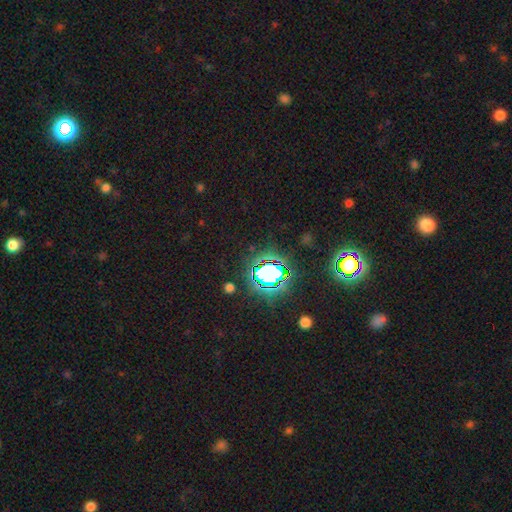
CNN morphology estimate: This is clearly a star or artifact rather than a galaxy (82%).